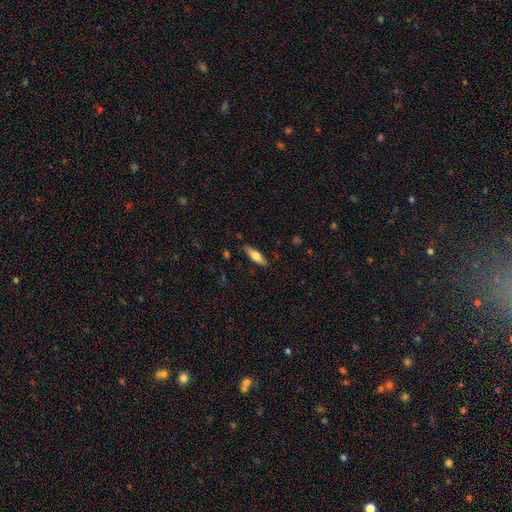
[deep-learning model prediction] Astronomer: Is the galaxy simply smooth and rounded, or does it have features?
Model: smooth — 63%.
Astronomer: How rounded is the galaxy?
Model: cigar-shaped — 57% (runner-up: in between, 42%).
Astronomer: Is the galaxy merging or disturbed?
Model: none — 86%.